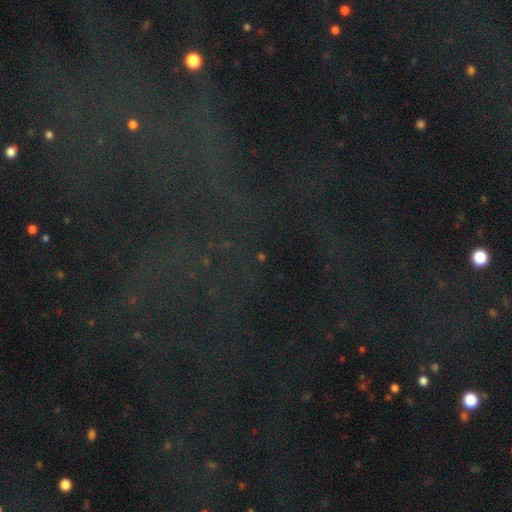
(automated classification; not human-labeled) Q: Smooth or featured?
A: star or artifact (81%); runner-up: smooth (10%)